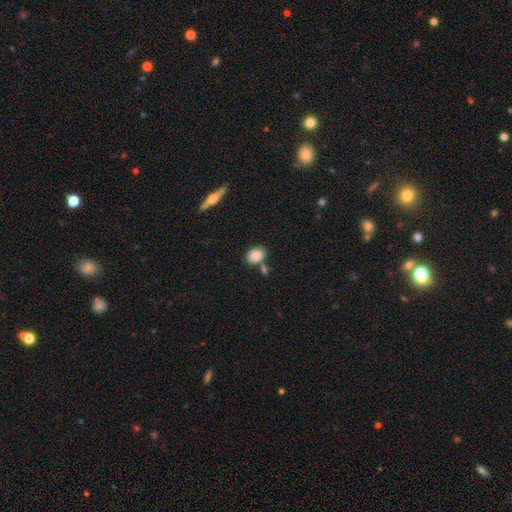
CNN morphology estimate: smooth-or-featured: smooth: 84% | featured or disk: 9% | star or artifact: 7%
  how-rounded: in between: 77% | round: 21% | cigar-shaped: 2%
  merging: none: 65% | merger: 18% | minor disturbance: 14% | major disturbance: 3%